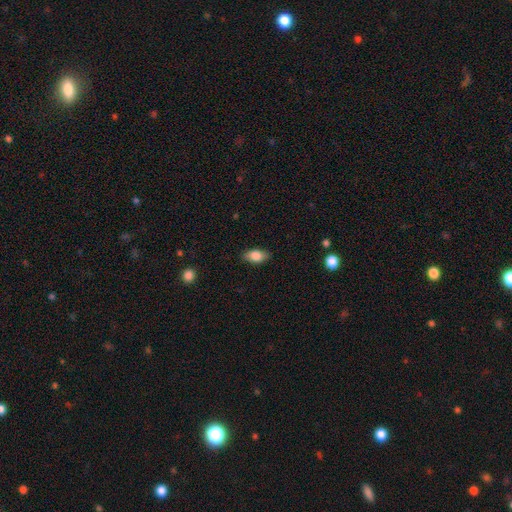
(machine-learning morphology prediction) smooth_or_featured: smooth (p=0.83) [alt: featured or disk p=0.10]
how_rounded: in between (p=0.90) [alt: round p=0.05]
merging: none (p=0.85) [alt: minor disturbance p=0.11]